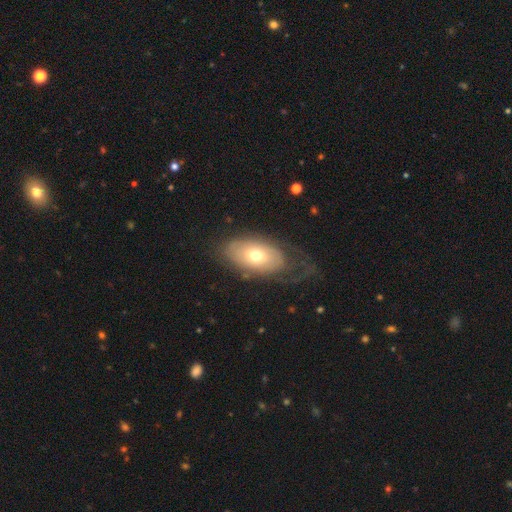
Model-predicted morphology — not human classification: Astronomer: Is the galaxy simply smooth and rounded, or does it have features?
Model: smooth — 51% (runner-up: featured or disk, 43%).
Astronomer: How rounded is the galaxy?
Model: in between — 90%.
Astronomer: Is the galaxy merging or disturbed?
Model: none — 50% (runner-up: major disturbance, 25%).